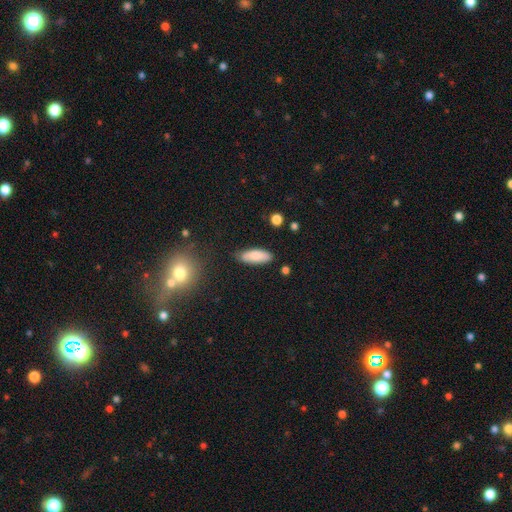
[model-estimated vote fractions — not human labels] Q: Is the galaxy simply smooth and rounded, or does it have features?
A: smooth — 83%.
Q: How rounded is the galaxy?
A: in between — 70%.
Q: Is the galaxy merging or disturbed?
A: none — 81%.